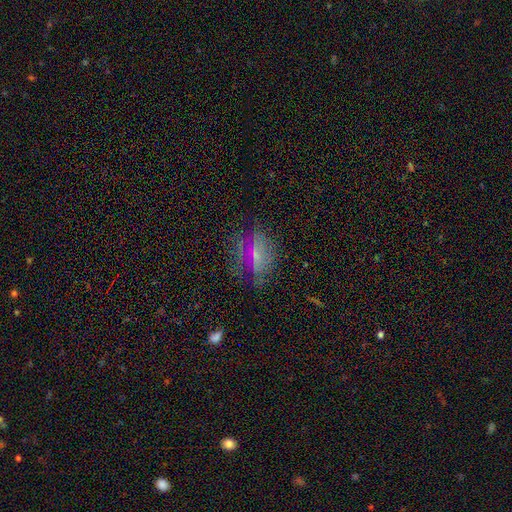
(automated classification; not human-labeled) smooth_or_featured: smooth (p=0.44) [alt: featured or disk p=0.29]
merging: none (p=0.67) [alt: minor disturbance p=0.19]